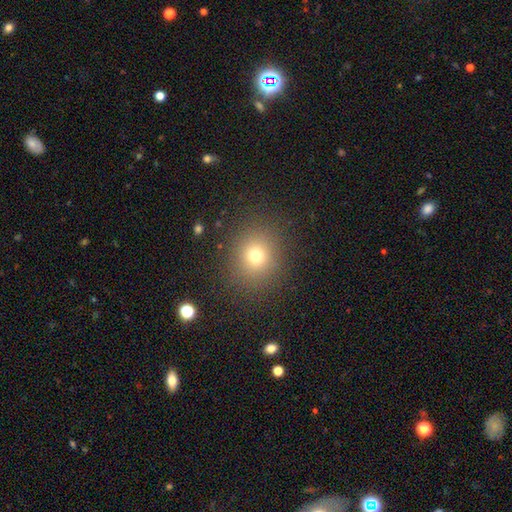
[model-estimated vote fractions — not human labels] Overall: smooth (71%). How rounded: round (80%). Merging: none (86%).